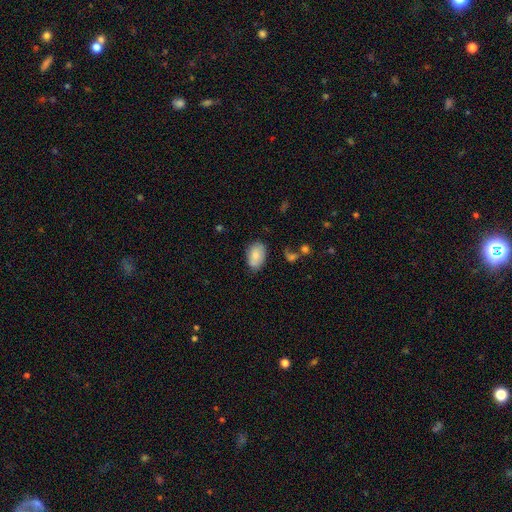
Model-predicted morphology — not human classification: Overall: smooth (81%). How rounded: in between (90%). Merging: none (71%).